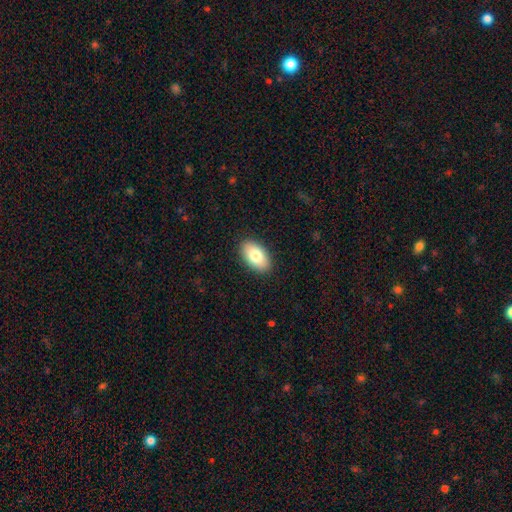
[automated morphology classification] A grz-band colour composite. It shows a smooth galaxy with no disk features (81%) that is in between round and cigar-shaped (95%). Merging: none (89%).